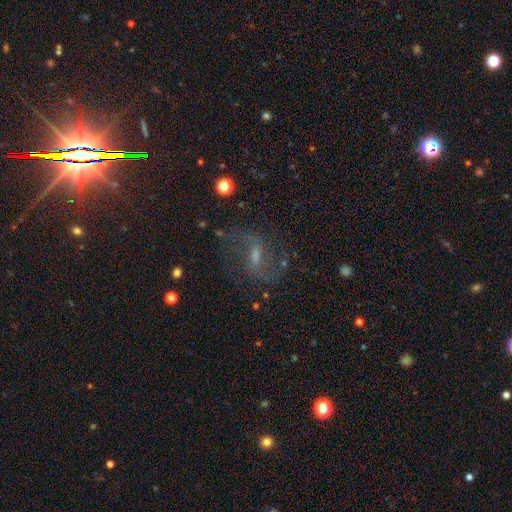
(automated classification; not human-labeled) The model was most divided on "bulge size" (2-way tie): moderate: 39%, small: 39%, none: 15%, large: 6%, dominant: 1%. More confident: edge-on disk — no (95%); spiral arms — yes (90%); spiral arm count — 2 (85%); smooth or featured — featured or disk (69%); merging — none (68%); bar — weak (56%); spiral winding — loose (53%).